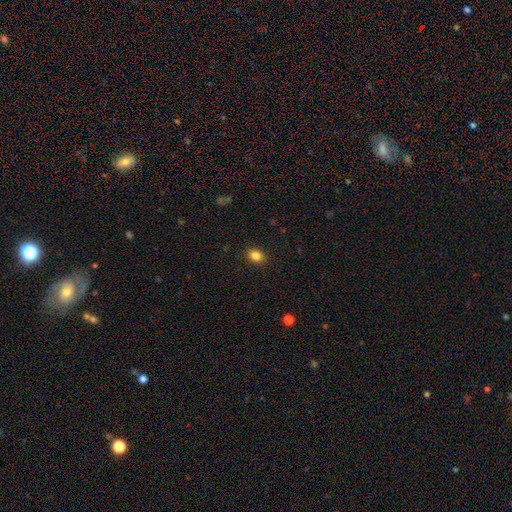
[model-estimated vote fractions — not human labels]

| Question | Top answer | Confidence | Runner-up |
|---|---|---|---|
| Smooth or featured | smooth | 84% | star or artifact (11%) |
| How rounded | round | 51% | in between (48%) |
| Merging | none | 90% | minor disturbance (7%) |